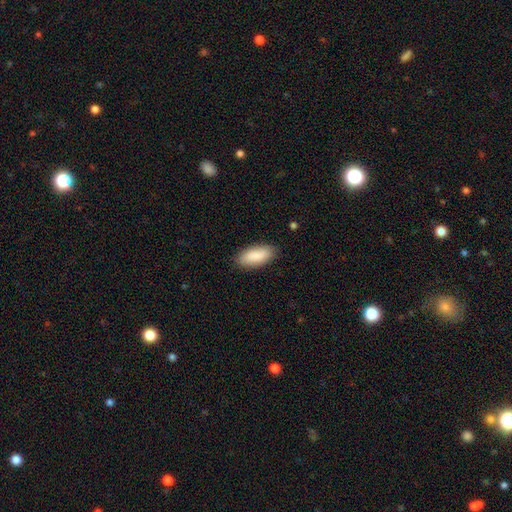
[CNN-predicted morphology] smooth_or_featured: smooth (p=0.88) [alt: featured or disk p=0.06]
how_rounded: in between (p=0.85) [alt: cigar-shaped p=0.13]
merging: none (p=0.86) [alt: minor disturbance p=0.11]